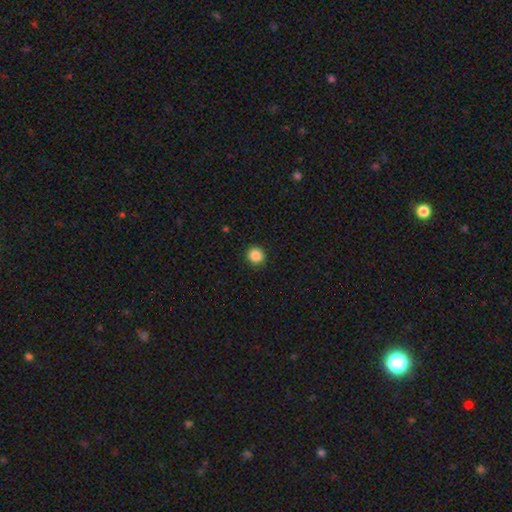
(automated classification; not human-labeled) smooth_or_featured: smooth (p=0.87) [alt: star or artifact p=0.10]
how_rounded: round (p=0.91) [alt: in between p=0.08]
merging: none (p=0.91) [alt: minor disturbance p=0.06]